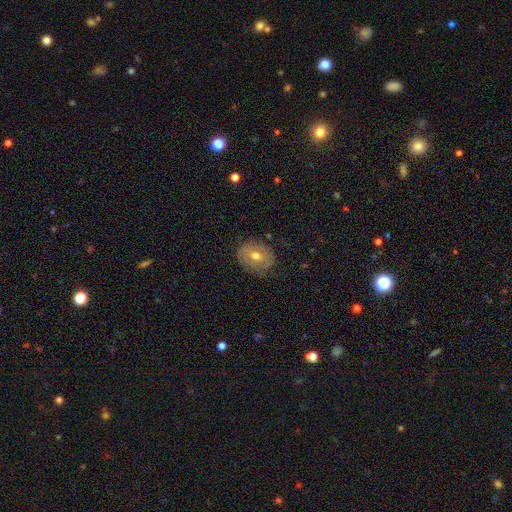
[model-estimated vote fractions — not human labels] A smooth galaxy with no disk features (54%) that is round (50%). Merging: none (75%).